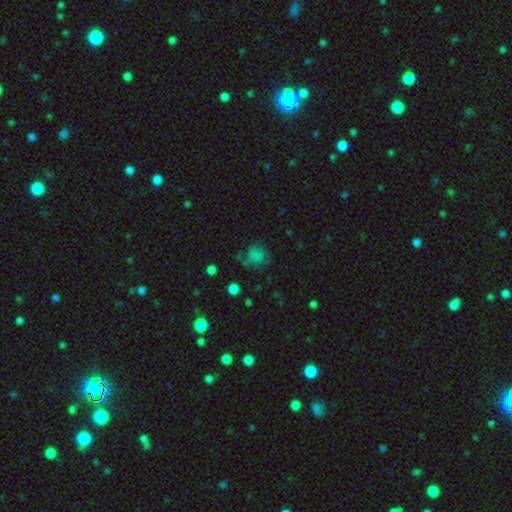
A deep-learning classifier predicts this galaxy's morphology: The model was most divided on "merging": none: 55%, minor disturbance: 26%, major disturbance: 15%, merger: 4%. More confident: how rounded — round (76%); smooth or featured — smooth (71%).